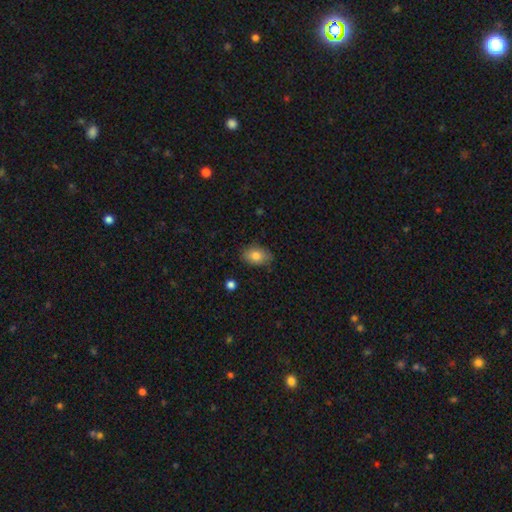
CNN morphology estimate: This is clearly a smooth galaxy (82%). How rounded: clearly in between (82%). Merging: clearly none (80%).